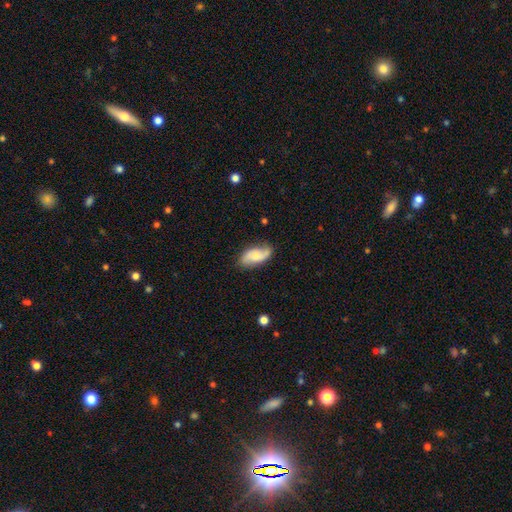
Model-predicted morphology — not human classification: A featured or disk galaxy (49%).

Vote fractions:
- Smooth or featured? featured or disk: 49% / smooth: 44% / star or artifact: 7%
- Merging? none: 73% / minor disturbance: 20% / major disturbance: 5% / merger: 2%